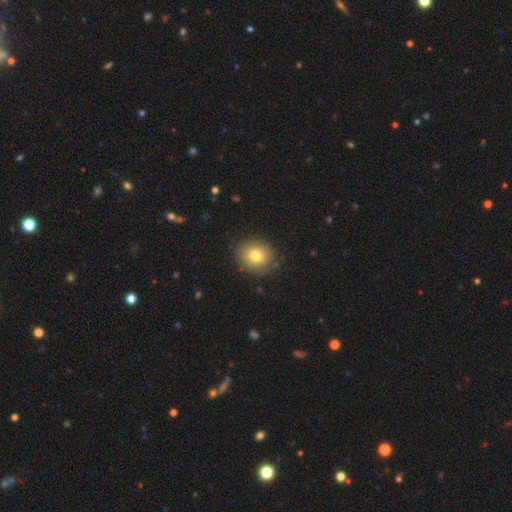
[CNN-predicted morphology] A smooth galaxy with no disk features (78%) that is round (82%). Merging: none (87%).